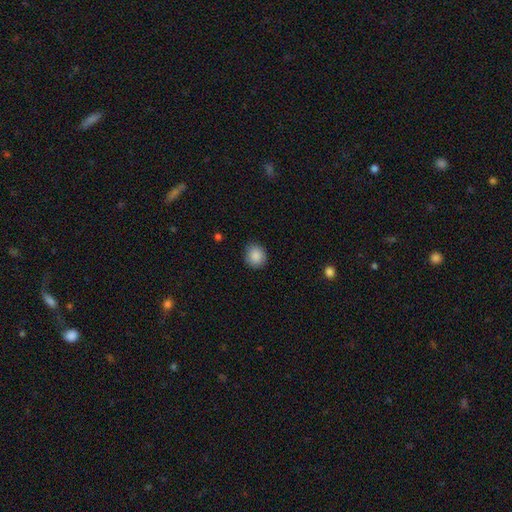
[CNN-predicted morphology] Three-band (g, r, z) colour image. It shows a smooth galaxy with no disk features (88%) that is round (81%). Merging: none (85%).